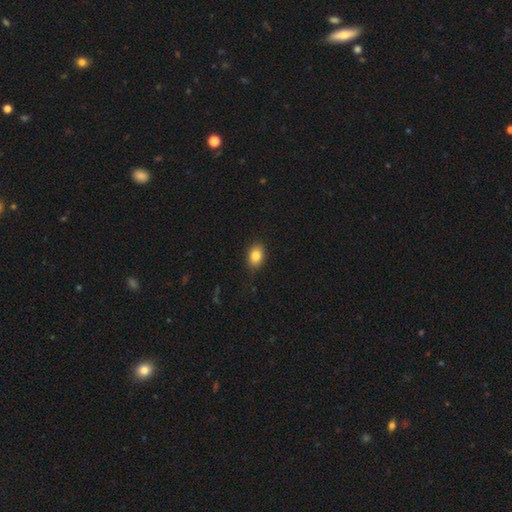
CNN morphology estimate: Smooth or featured? Predicted: smooth (p=0.83). How rounded? Predicted: in between (p=0.74). Merging? Predicted: none (p=0.86).